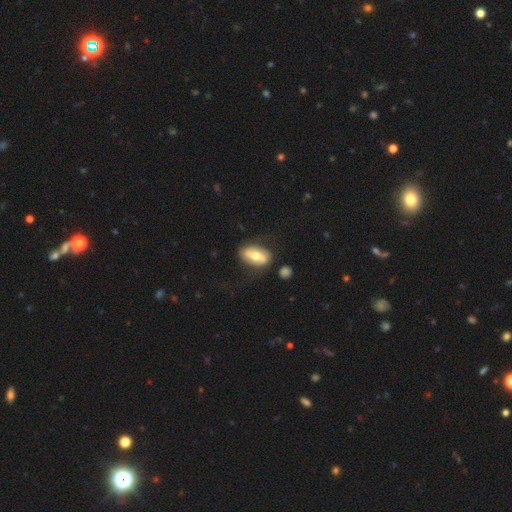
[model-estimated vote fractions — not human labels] This is possibly a smooth galaxy (47%). Merging: likely none (70%).